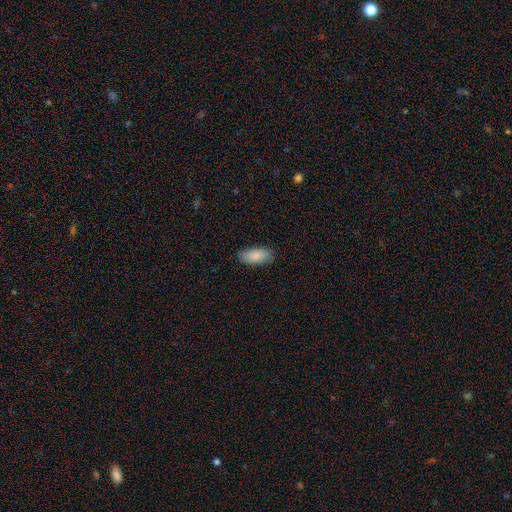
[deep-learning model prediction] Smooth or featured? smooth (86%)
How rounded? in between (89%)
Merging? none (84%)